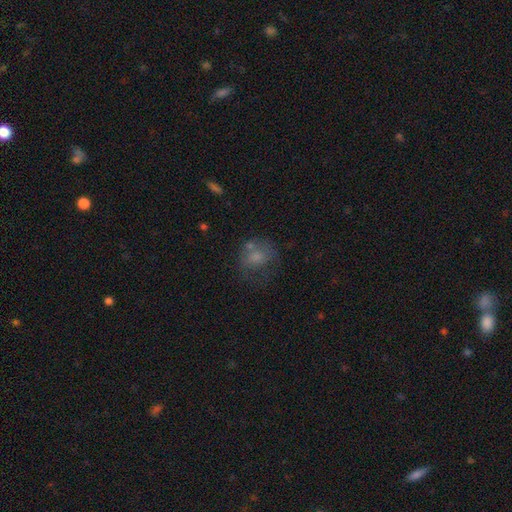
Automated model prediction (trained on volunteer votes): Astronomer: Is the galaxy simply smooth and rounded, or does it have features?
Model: smooth — 63%.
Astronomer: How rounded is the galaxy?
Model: round — 60% (runner-up: in between, 38%).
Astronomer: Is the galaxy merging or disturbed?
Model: none — 42% (runner-up: major disturbance, 25%).